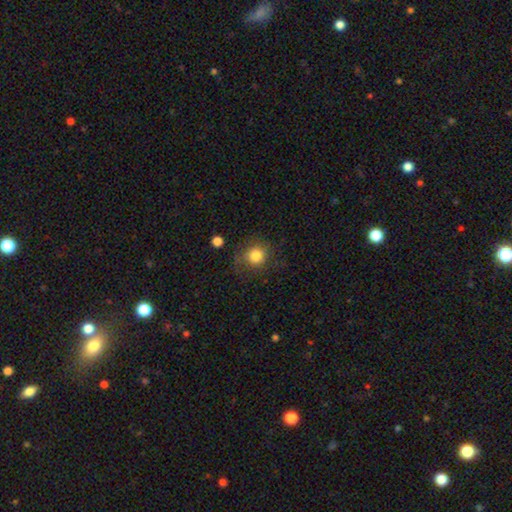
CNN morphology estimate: This appears to be a smooth galaxy with no disk features (82%) that is round (86%). Merging: none (74%).